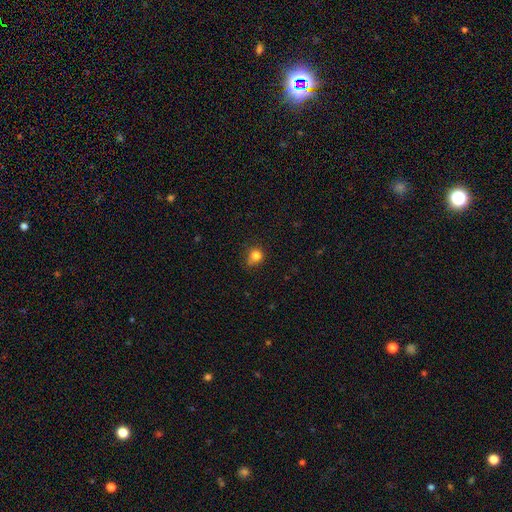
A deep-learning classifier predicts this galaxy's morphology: Q: Smooth or featured?
A: smooth (82%); runner-up: star or artifact (12%)
Q: How rounded?
A: round (81%); runner-up: in between (18%)
Q: Merging?
A: none (70%); runner-up: minor disturbance (23%)